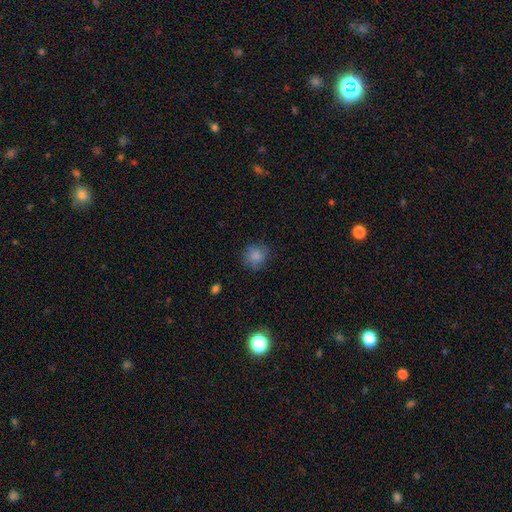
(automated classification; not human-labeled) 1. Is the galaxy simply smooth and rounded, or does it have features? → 83% smooth, 9% star or artifact, 7% featured or disk.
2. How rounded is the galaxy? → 86% round, 13% in between, 1% cigar-shaped.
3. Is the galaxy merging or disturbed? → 77% none, 17% minor disturbance, 5% major disturbance, 1% merger.